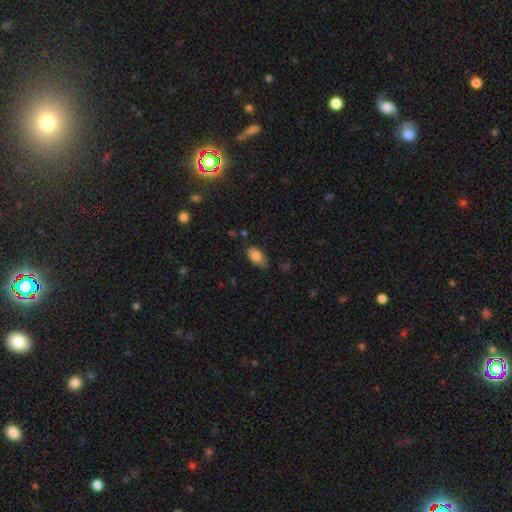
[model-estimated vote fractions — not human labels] Smooth or featured? smooth (83%)
How rounded? in between (90%)
Merging? none (57%)